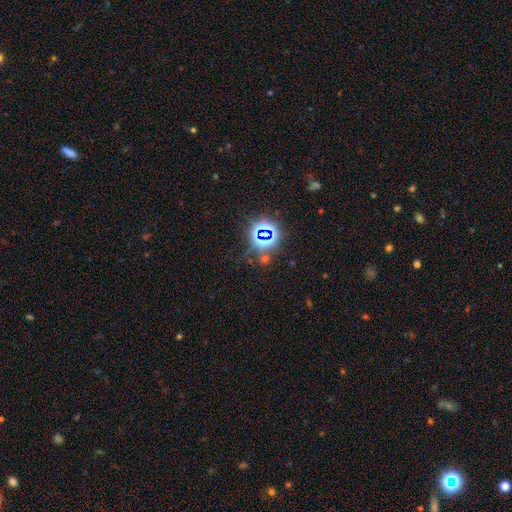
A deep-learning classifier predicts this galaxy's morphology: Smooth or featured? star or artifact (75%)